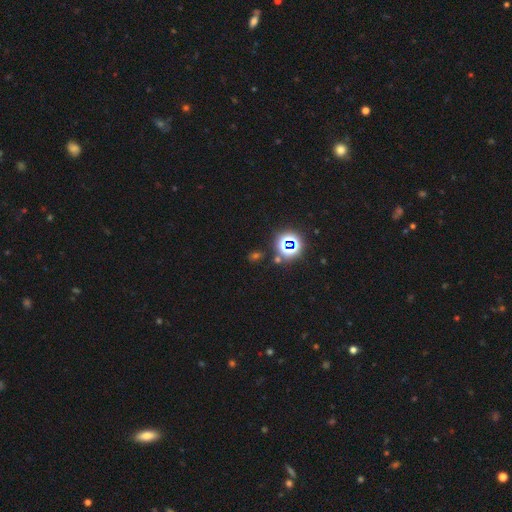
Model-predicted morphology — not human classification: star or artifact 74%, smooth 19%, featured or disk 7%.